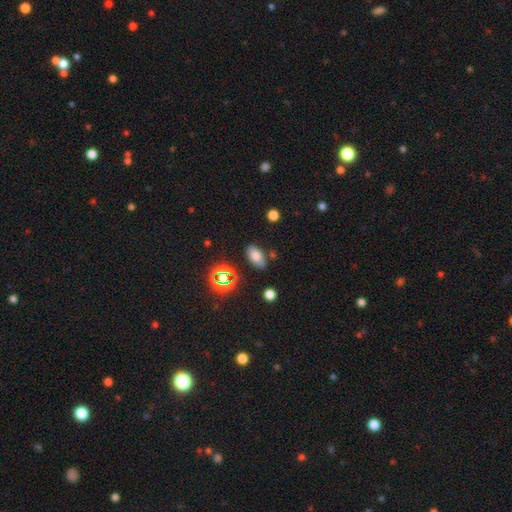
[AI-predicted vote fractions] Morphology: type=smooth (70%); roundness=in between (89%); merging=none (75%).